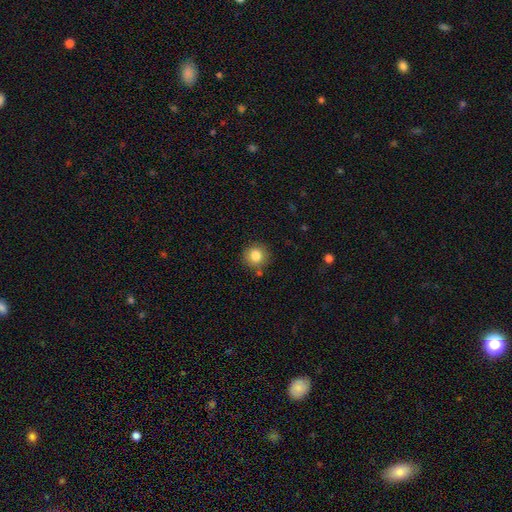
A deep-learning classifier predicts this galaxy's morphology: Overall: smooth (82%). How rounded: round (91%). Merging: none (84%).